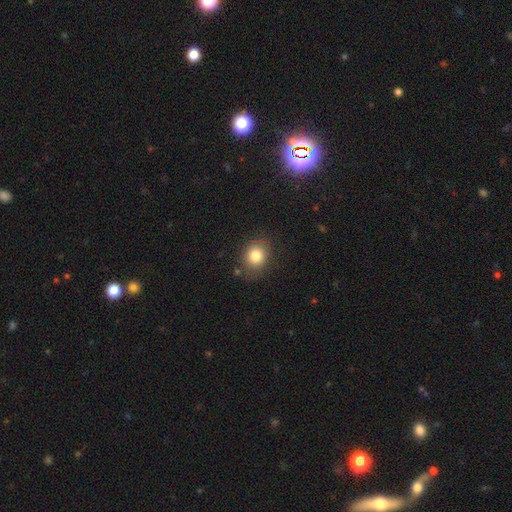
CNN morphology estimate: This appears to be a smooth galaxy with no disk features (82%) that is round (67%). Merging: none (82%).